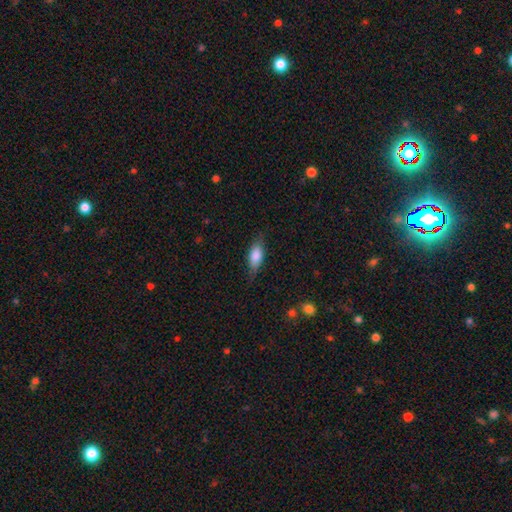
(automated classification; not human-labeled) Smooth or featured? smooth (77%)
How rounded? in between (75%)
Merging? none (74%)